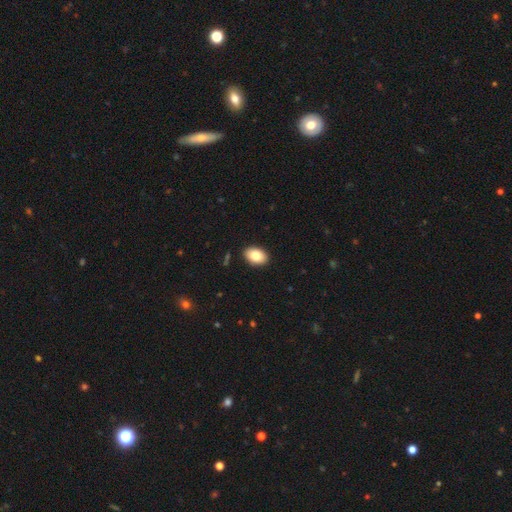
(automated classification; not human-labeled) Morphology: type=smooth (83%); roundness=in between (86%); merging=none (90%).